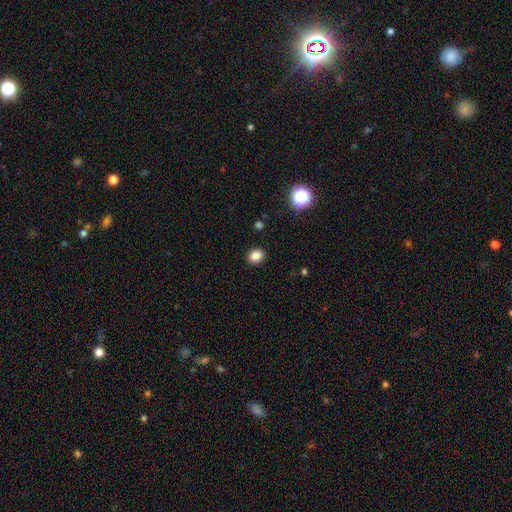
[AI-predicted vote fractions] smooth_or_featured: smooth (p=0.85) [alt: star or artifact p=0.11]
how_rounded: round (p=0.54) [alt: in between p=0.45]
merging: none (p=0.90) [alt: minor disturbance p=0.07]